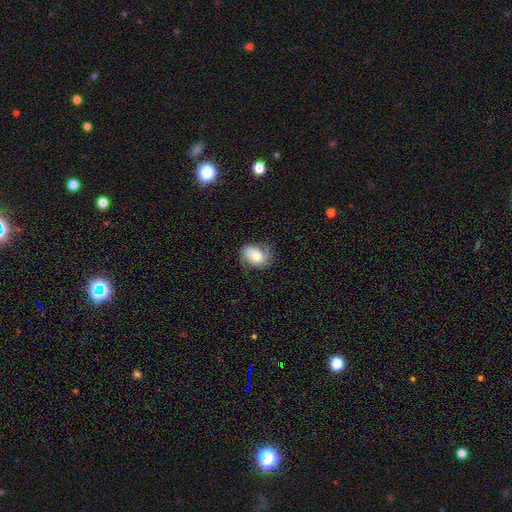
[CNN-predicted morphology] smooth_or_featured: featured or disk (p=0.46) [alt: smooth p=0.45]
merging: none (p=0.60) [alt: minor disturbance p=0.25]